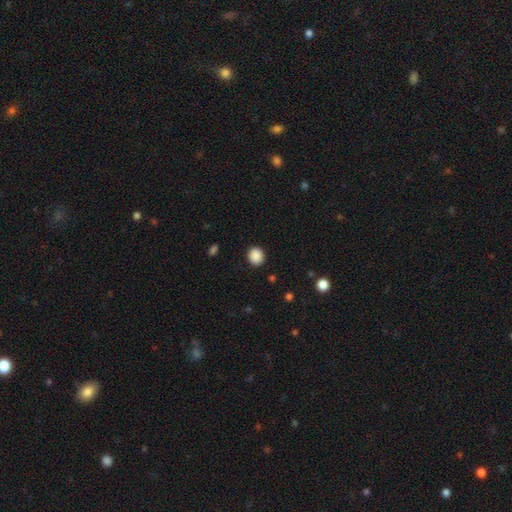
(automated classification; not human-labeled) smooth-or-featured: smooth: 89% | star or artifact: 9% | featured or disk: 3%
  how-rounded: round: 75% | in between: 25% | cigar-shaped: 1%
  merging: none: 90% | minor disturbance: 7% | major disturbance: 2% | merger: 1%